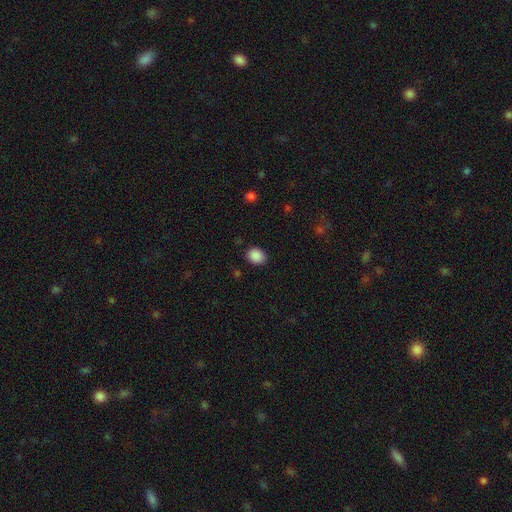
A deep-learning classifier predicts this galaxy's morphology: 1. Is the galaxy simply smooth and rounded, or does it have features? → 89% smooth, 8% star or artifact, 3% featured or disk.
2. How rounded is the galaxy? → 54% in between, 45% round, 1% cigar-shaped.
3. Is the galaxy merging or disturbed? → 85% none, 11% minor disturbance, 3% major disturbance, 1% merger.